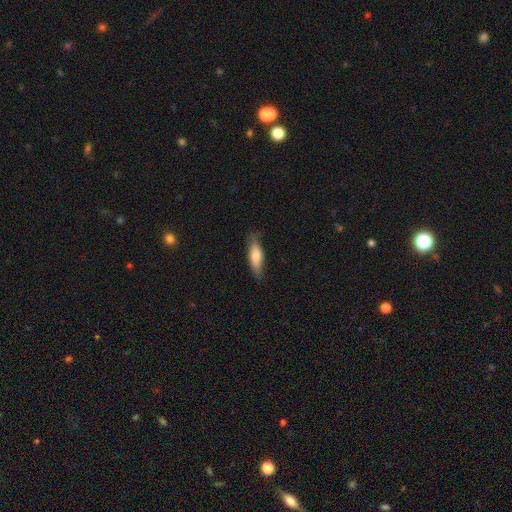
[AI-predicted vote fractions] This appears to be a smooth galaxy with no disk features (72%) that is in between round and cigar-shaped (49%, tied with cigar-shaped). Merging: none (77%).